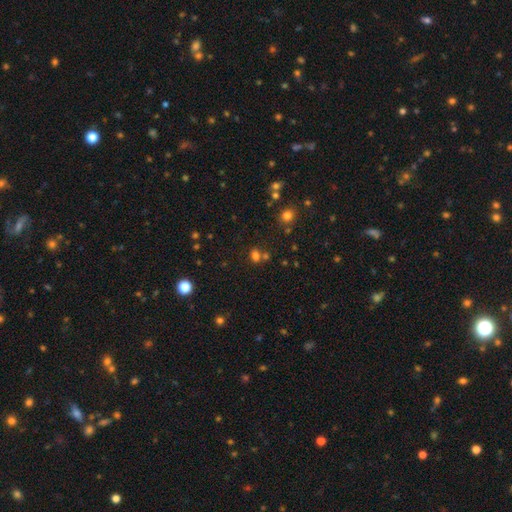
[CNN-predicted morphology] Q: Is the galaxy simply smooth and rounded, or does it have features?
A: smooth — 71%.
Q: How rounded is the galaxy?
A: round — 50%.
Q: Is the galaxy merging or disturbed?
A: none — 60%.